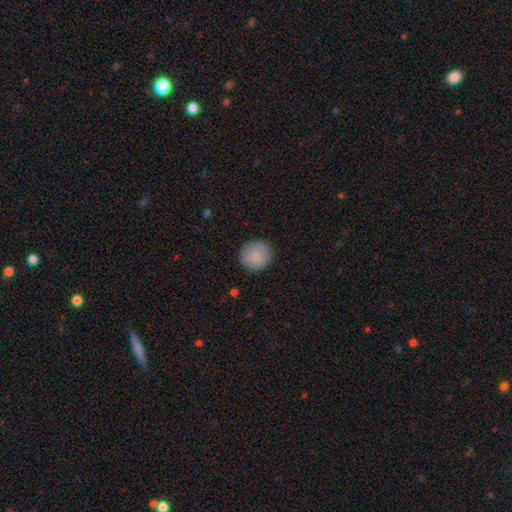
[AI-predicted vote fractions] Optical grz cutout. It shows a smooth galaxy with no disk features (88%) that is round (92%). Merging: none (88%).